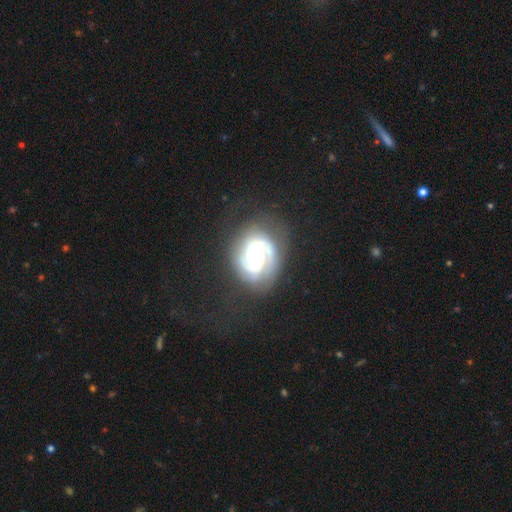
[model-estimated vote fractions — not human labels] Morphology: type=featured or disk (88%); edge-on=no (98%); bar=no (46%); spiral arms=yes (98%); winding=tight (49%); arm count=2 (75%); bulge=large (49%); merging=none (70%).